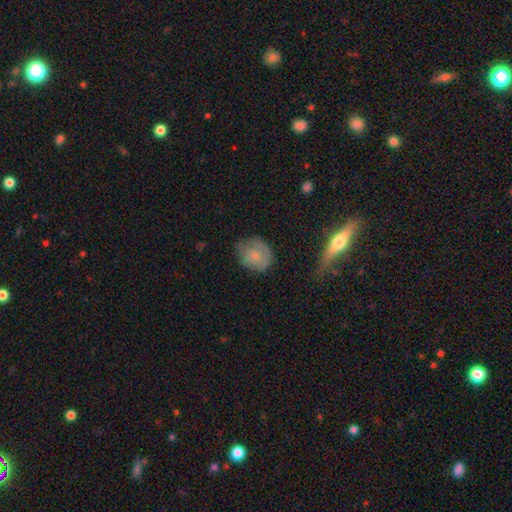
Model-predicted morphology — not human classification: Smooth or featured? smooth (69%)
How rounded? round (66%)
Merging? none (58%)